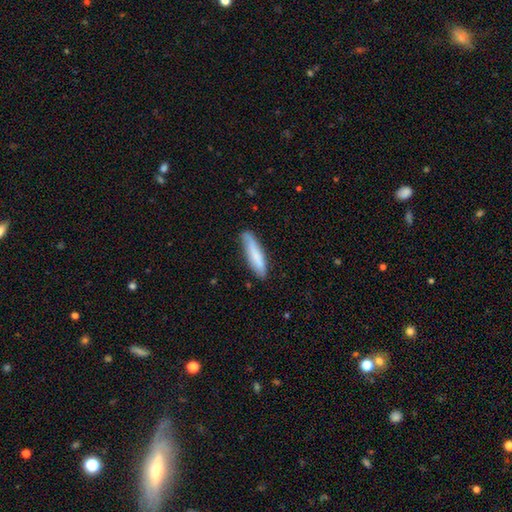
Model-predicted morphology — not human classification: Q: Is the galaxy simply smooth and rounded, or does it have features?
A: smooth — 76%.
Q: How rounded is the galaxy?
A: cigar-shaped — 79%.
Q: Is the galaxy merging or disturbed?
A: none — 79%.